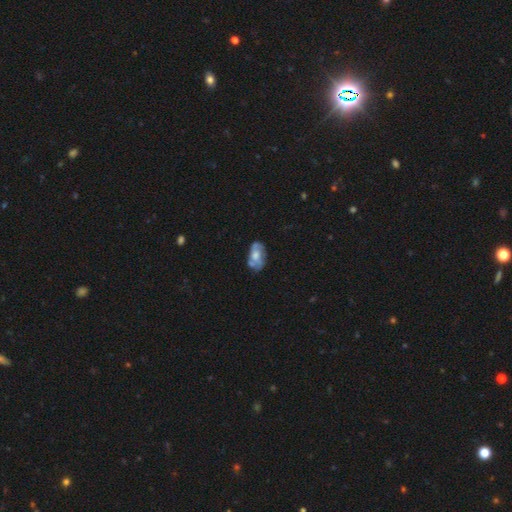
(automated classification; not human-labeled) This is possibly a featured or disk galaxy (57%). It is clearly not viewed edge-on (94%). Bar: likely no (74%). Spiral arm pattern: likely yes (67%). Central bulge: possibly moderate (55%). Merging: possibly none (57%).